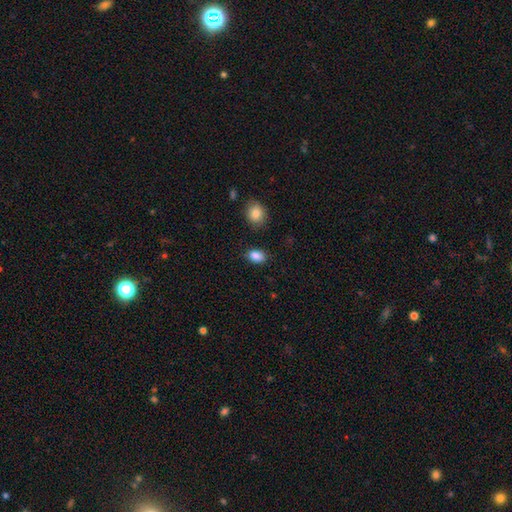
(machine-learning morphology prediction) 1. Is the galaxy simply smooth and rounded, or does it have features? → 87% smooth, 9% star or artifact, 4% featured or disk.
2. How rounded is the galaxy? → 82% in between, 16% round, 1% cigar-shaped.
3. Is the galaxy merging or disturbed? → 83% none, 12% minor disturbance, 3% major disturbance, 3% merger.